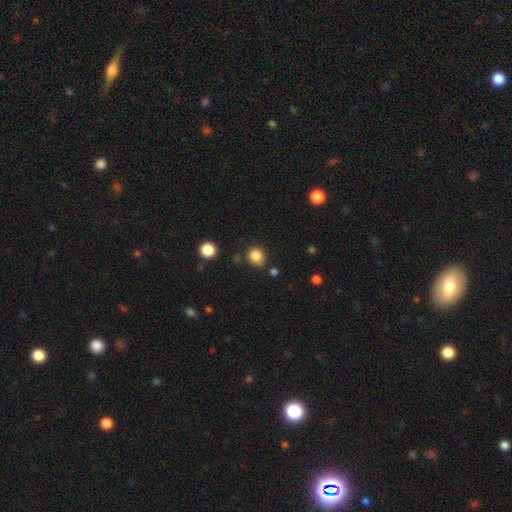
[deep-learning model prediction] Smooth or featured: smooth — 85% (star or artifact — 11%)
How rounded: round — 75% (in between — 24%)
Merging: none — 75% (minor disturbance — 15%)